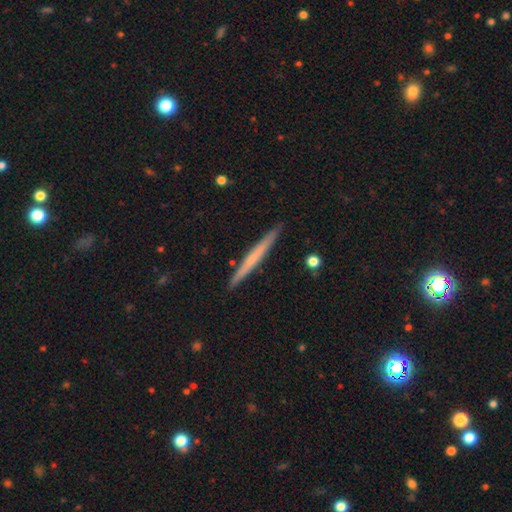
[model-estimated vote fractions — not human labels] A featured or disk galaxy (51%) viewed edge-on (98%).

Vote fractions:
- Smooth or featured? featured or disk: 51% / smooth: 43% / star or artifact: 6%
- Edge-on disk? yes: 98% / no: 2%
- Merging? none: 92% / minor disturbance: 6% / major disturbance: 1% / merger: 1%